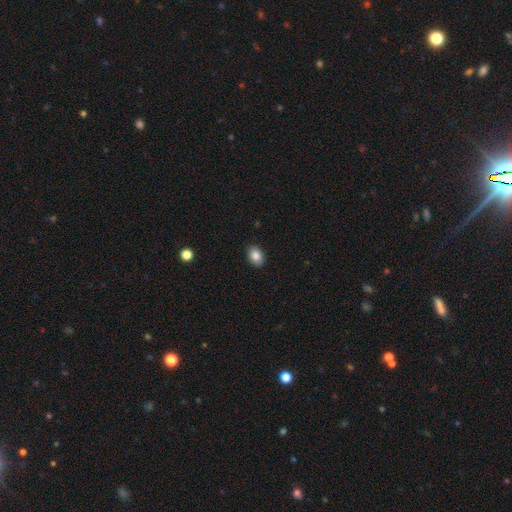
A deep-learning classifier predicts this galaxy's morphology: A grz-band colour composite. It shows a smooth galaxy with no disk features (86%) that is in between round and cigar-shaped (80%). Merging: none (89%).